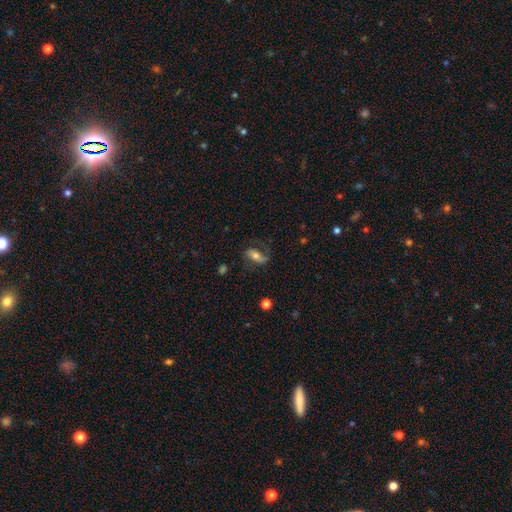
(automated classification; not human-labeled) smooth-or-featured: featured or disk: 47% | smooth: 45% | star or artifact: 9%
  merging: none: 64% | minor disturbance: 20% | major disturbance: 15% | merger: 2%